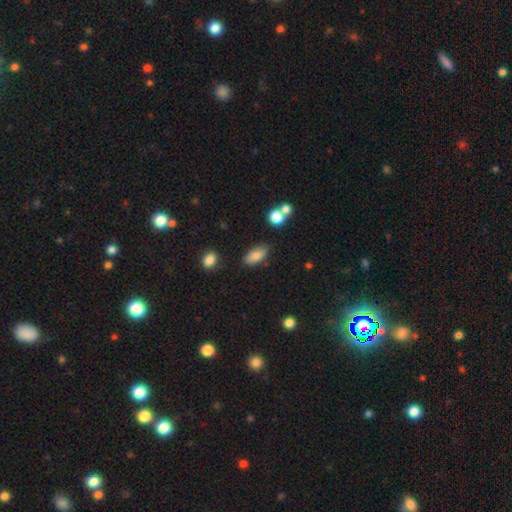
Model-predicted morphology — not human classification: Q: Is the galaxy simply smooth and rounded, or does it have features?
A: smooth — 82%.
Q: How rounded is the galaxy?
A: in between — 86%.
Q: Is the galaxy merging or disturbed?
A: none — 78%.